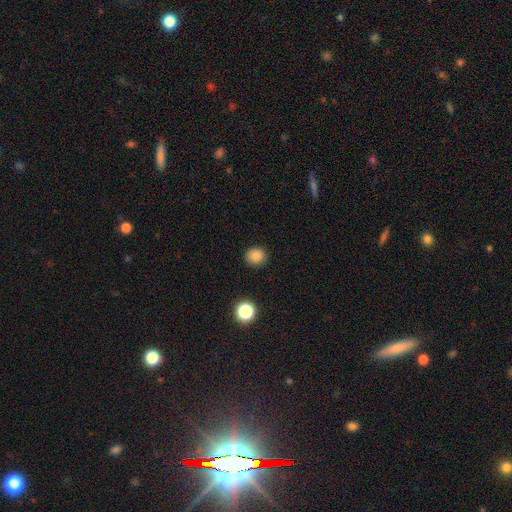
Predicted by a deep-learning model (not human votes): A smooth galaxy with no disk features (85%) that is round (81%). Merging: none (90%).